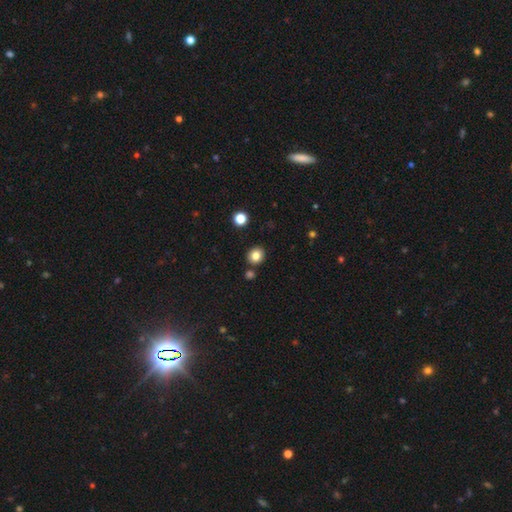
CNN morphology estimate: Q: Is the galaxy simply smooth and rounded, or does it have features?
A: smooth — 82%.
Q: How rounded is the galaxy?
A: round — 84%.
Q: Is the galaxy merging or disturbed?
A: none — 85%.